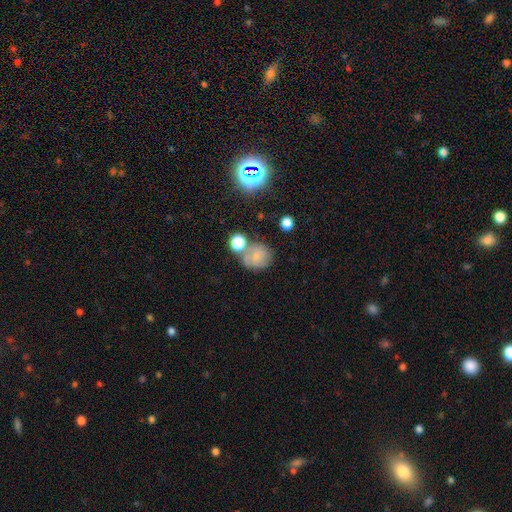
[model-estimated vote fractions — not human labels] Smooth or featured? Predicted: smooth (p=0.61). How rounded? Predicted: round (p=0.76). Merging? Predicted: none (p=0.50).